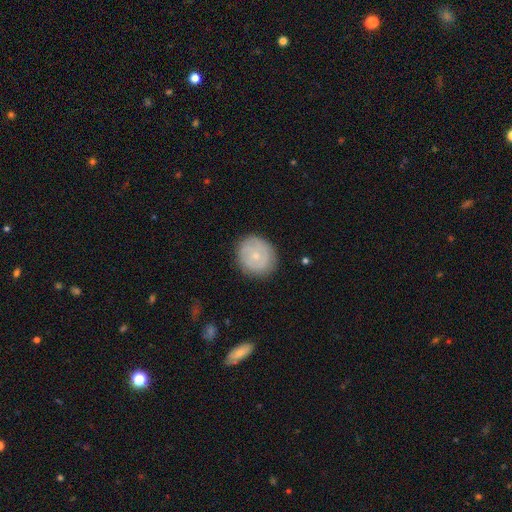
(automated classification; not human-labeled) Smooth or featured? smooth (52%)
How rounded? round (81%)
Merging? none (83%)